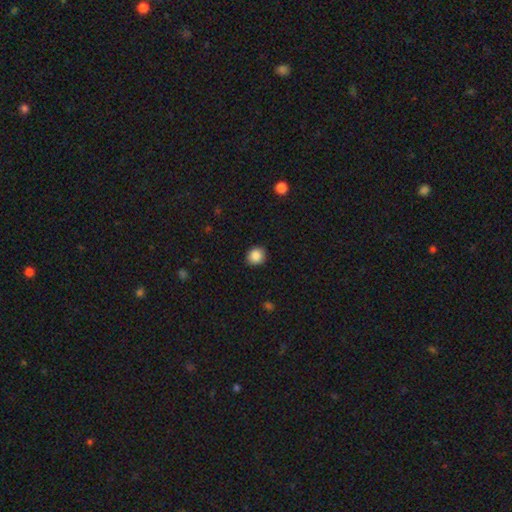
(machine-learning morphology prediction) Smooth or featured? Predicted: smooth (p=0.87). How rounded? Predicted: round (p=0.81). Merging? Predicted: none (p=0.89).